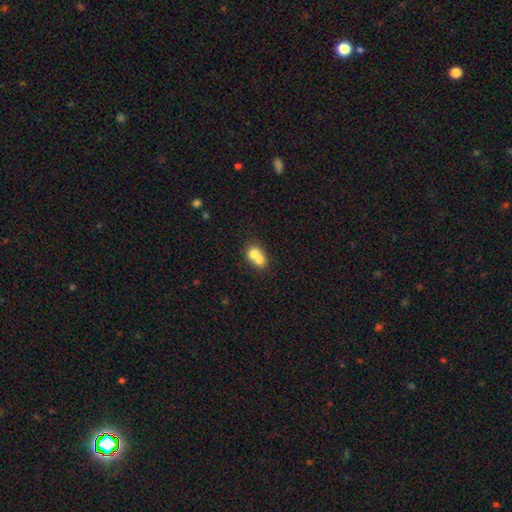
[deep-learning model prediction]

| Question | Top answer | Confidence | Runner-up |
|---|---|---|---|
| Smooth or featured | smooth | 69% | featured or disk (21%) |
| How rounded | round | 62% | in between (37%) |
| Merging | merger | 71% | none (22%) |